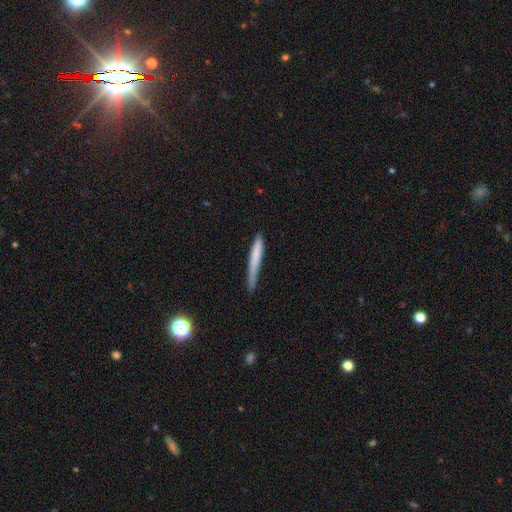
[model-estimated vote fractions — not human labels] A smooth galaxy with no disk features (70%) that is cigar-shaped (96%). Merging: none (70%).